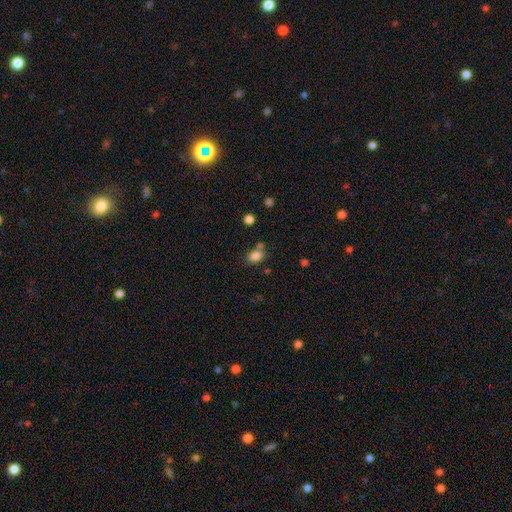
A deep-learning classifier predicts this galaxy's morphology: A smooth galaxy with no disk features (84%) that is in between round and cigar-shaped (70%). Merging: none (63%).